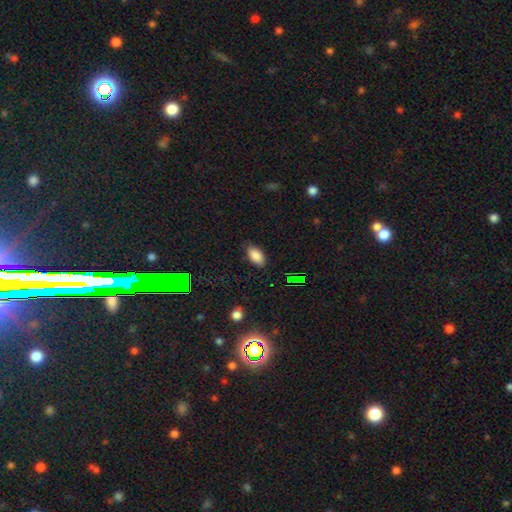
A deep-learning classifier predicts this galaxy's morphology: smooth 85%, star or artifact 10%, featured or disk 5%. Down the decision tree: how rounded — in between (92%); merging — none (83%).